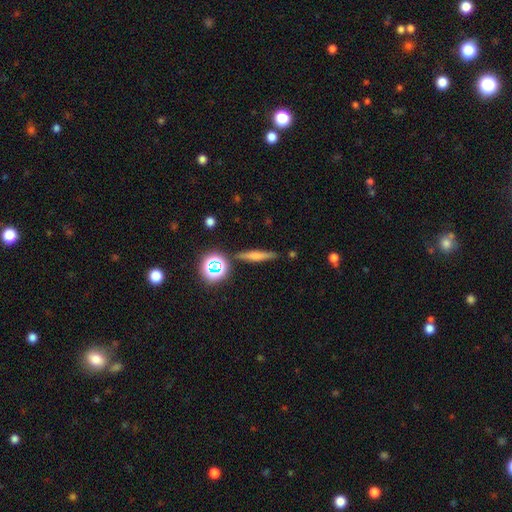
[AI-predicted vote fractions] smooth_or_featured: smooth (p=0.59) [alt: featured or disk p=0.27]
how_rounded: cigar-shaped (p=0.84) [alt: in between p=0.10]
merging: none (p=0.84) [alt: minor disturbance p=0.10]